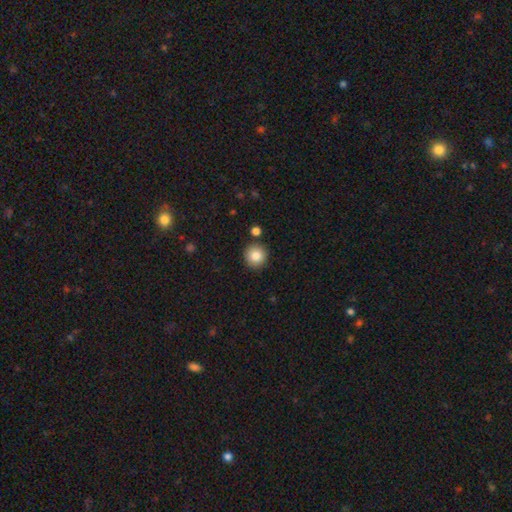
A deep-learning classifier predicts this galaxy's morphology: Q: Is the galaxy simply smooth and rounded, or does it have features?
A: smooth — 85%.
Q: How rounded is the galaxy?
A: round — 94%.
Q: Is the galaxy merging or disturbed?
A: none — 87%.